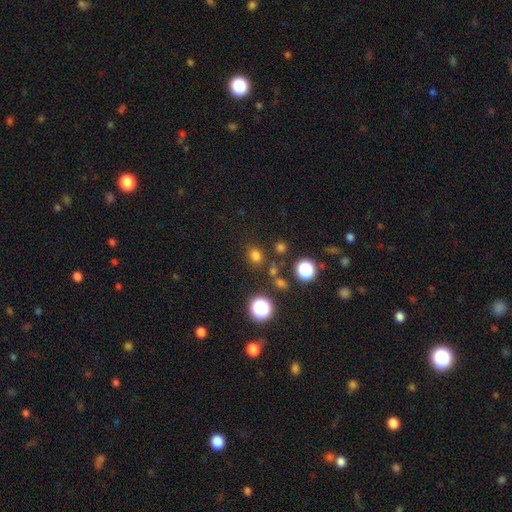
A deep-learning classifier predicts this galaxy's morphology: The model was most divided on "smooth or featured": smooth: 72%, star or artifact: 22%, featured or disk: 5%. More confident: merging — none (80%); how rounded — round (77%).